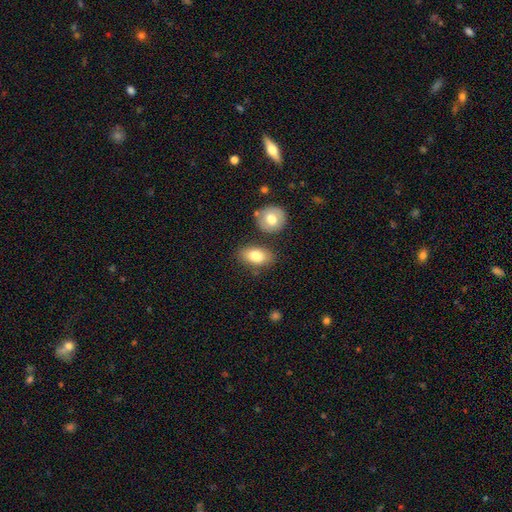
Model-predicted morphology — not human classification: type=smooth (79%); roundness=in between (87%); merging=none (75%).